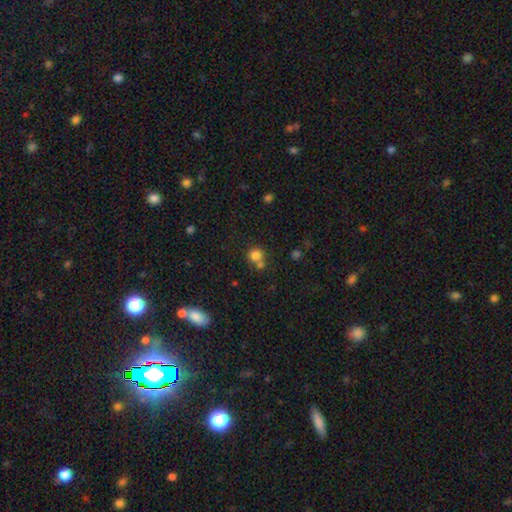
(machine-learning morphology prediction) smooth 79%, star or artifact 13%, featured or disk 8%. Down the decision tree: how rounded — round (86%); merging — none (52%).